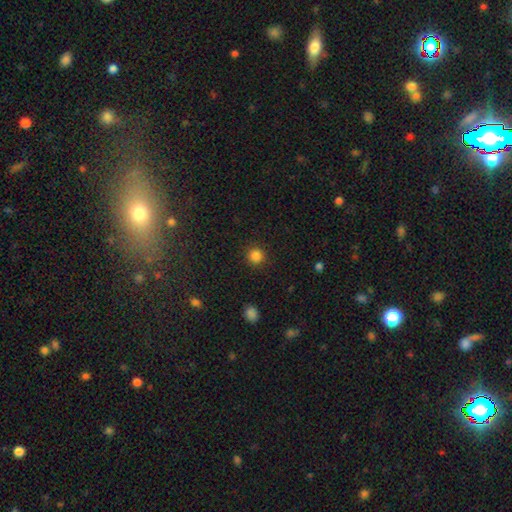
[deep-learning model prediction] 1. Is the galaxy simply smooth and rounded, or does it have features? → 85% smooth, 12% star or artifact, 3% featured or disk.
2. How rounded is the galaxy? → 94% round, 5% in between, 1% cigar-shaped.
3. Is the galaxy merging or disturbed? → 91% none, 6% minor disturbance, 2% major disturbance, 1% merger.